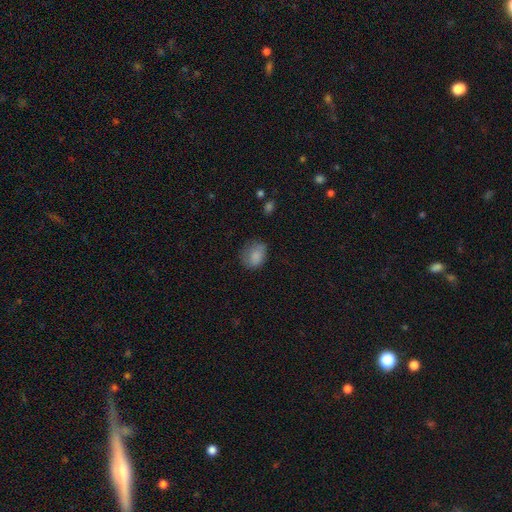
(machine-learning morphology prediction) This is clearly a smooth galaxy (82%). How rounded: possibly in between (59%). Merging: possibly none (58%).